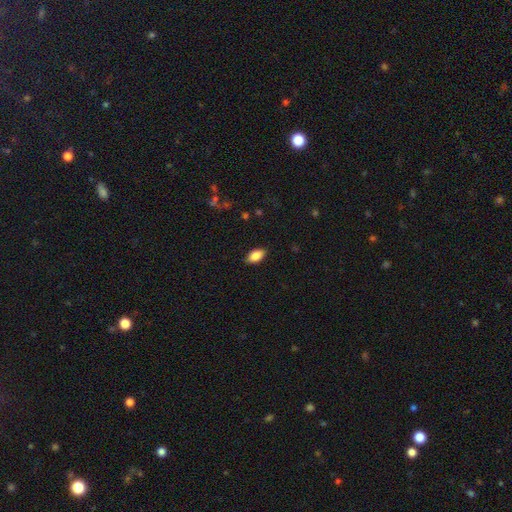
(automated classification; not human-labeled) smooth-or-featured: smooth: 84% | featured or disk: 9% | star or artifact: 7%
  how-rounded: in between: 91% | round: 4% | cigar-shaped: 4%
  merging: none: 87% | minor disturbance: 10% | major disturbance: 2% | merger: 1%